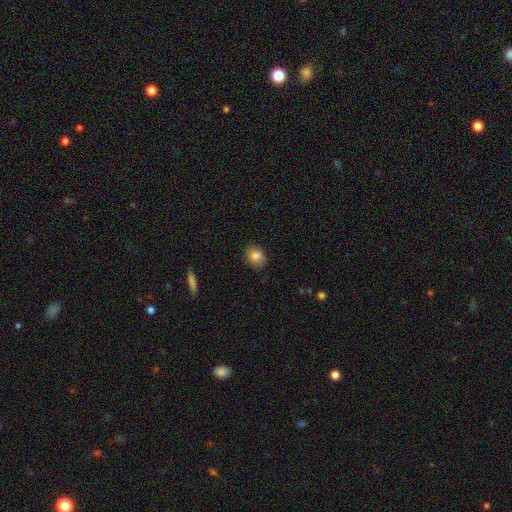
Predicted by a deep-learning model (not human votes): Overall: smooth (83%). How rounded: round (51%; in between 48%). Merging: none (83%).